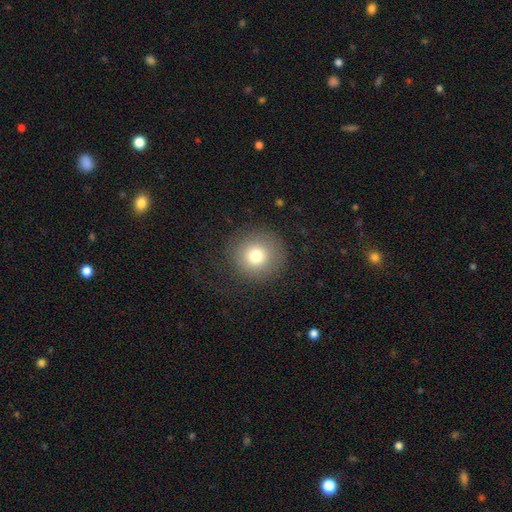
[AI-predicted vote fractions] A smooth galaxy with no disk features (76%) that is round (95%). Merging: none (84%).